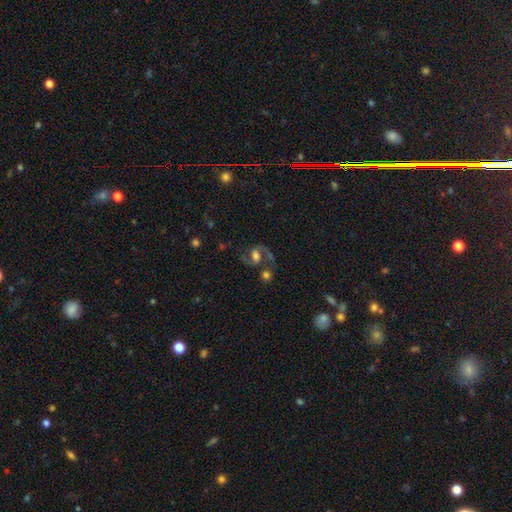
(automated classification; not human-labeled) Smooth or featured?
  - featured or disk: 75% *
  - smooth: 15%
  - star or artifact: 9%
Edge-on disk?
  - no: 98% *
  - yes: 2%
Bar?
  - weak: 44% *
  - no: 34%
  - strong: 22%
Spiral arms?
  - yes: 93% *
  - no: 7%
Spiral winding?
  - medium: 49% *
  - loose: 42%
  - tight: 9%
Spiral arm count?
  - 2: 89% *
  - 1: 6%
  - can't tell: 2%
  - 3: 1%
  - 4: 1%
  - more than 4: 1%
Bulge size?
  - moderate: 46% *
  - large: 33%
  - small: 12%
  - none: 5%
  - dominant: 3%
Merging?
  - none: 50% *
  - merger: 22%
  - minor disturbance: 14%
  - major disturbance: 14%